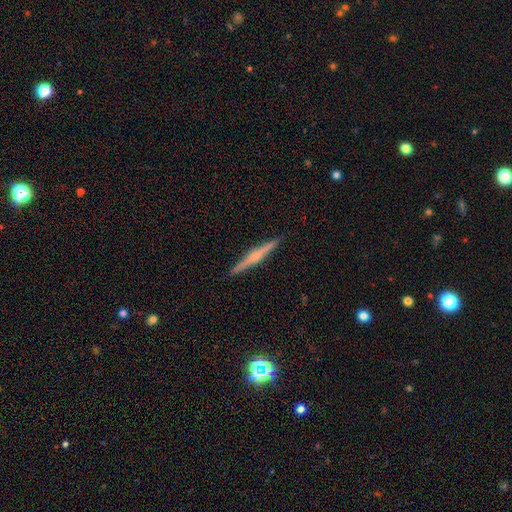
featured or disk 85%, smooth 10%, star or artifact 5%. Down the decision tree: edge-on disk — yes (97%); edge-on bulge — rounded (88%); merging — none (97%).